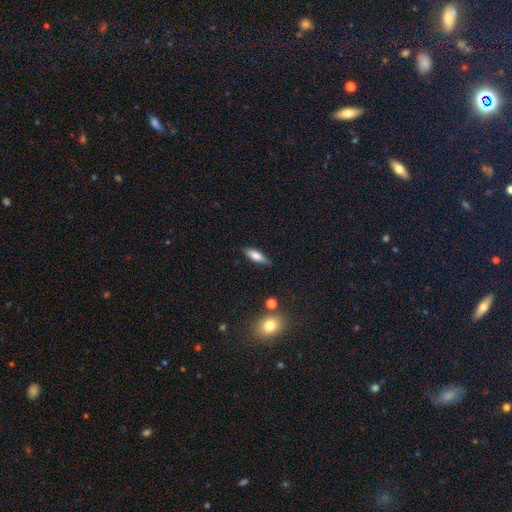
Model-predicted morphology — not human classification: smooth 72%, featured or disk 21%, star or artifact 8%. Down the decision tree: how rounded — cigar-shaped (49%); merging — none (80%).